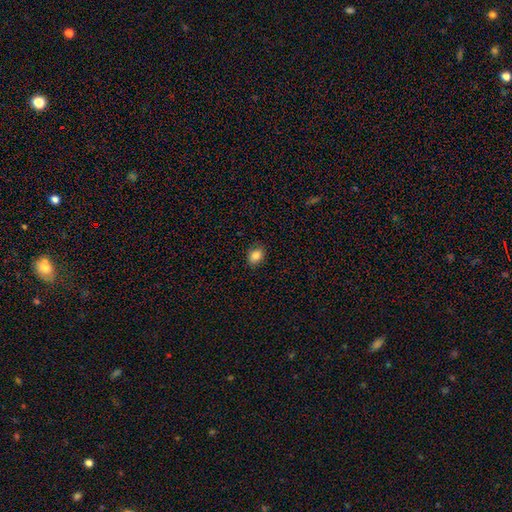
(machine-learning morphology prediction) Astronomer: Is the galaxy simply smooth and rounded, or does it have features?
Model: smooth — 85%.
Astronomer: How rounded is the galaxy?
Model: in between — 62%.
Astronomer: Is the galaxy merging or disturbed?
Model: none — 88%.